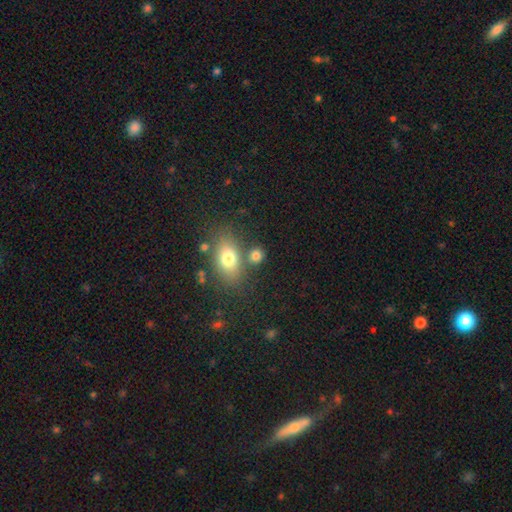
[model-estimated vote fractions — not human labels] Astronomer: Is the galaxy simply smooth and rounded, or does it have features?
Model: smooth — 79%.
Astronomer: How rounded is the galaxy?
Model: round — 60% (runner-up: in between, 37%).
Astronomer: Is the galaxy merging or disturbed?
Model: none — 69%.